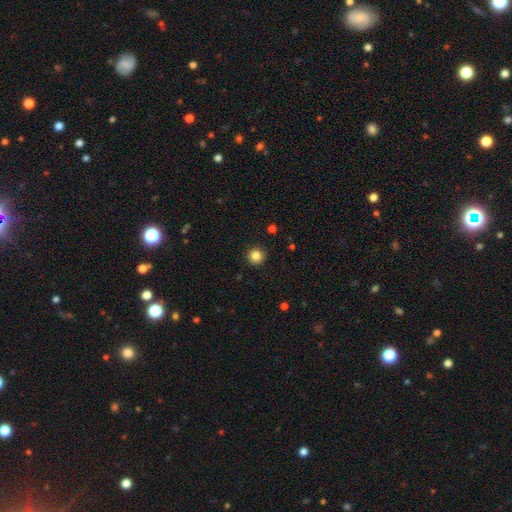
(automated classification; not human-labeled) This appears to be a smooth galaxy with no disk features (85%) that is round (95%). Merging: none (92%).